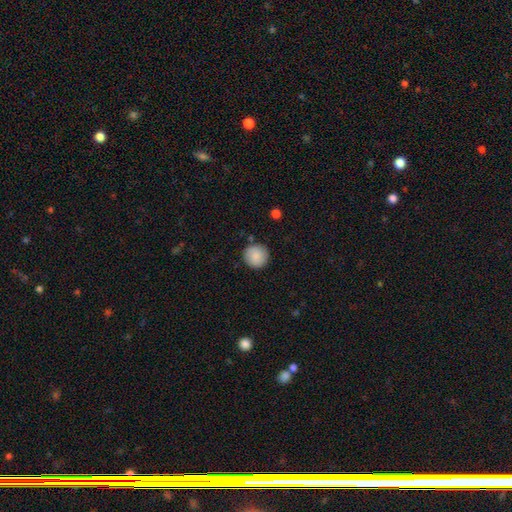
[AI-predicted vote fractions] smooth_or_featured: smooth (p=0.85) [alt: featured or disk p=0.08]
how_rounded: round (p=0.95) [alt: in between p=0.04]
merging: none (p=0.88) [alt: minor disturbance p=0.08]